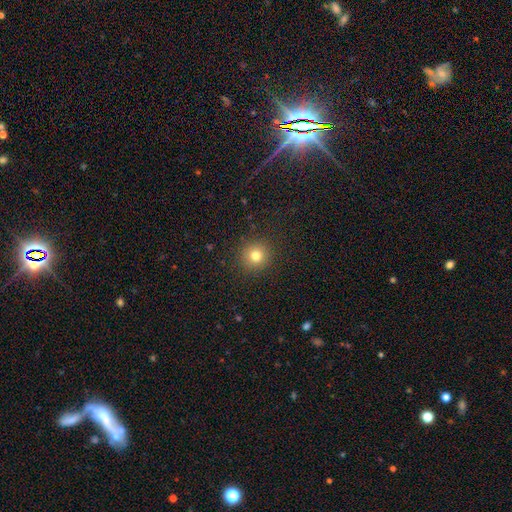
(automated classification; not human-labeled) smooth_or_featured: smooth (p=0.79) [alt: star or artifact p=0.14]
how_rounded: round (p=0.93) [alt: in between p=0.06]
merging: none (p=0.91) [alt: minor disturbance p=0.06]